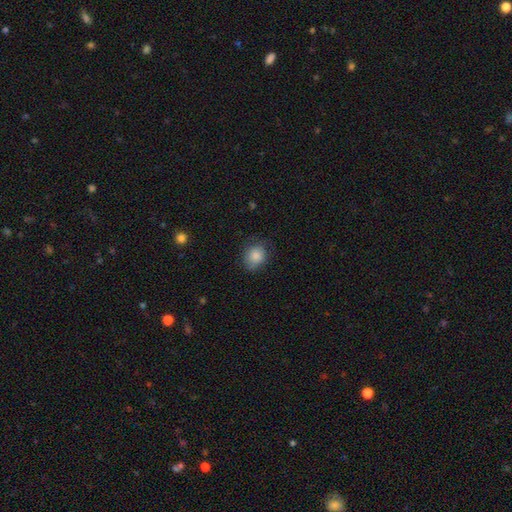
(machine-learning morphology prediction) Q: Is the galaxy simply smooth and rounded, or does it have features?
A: smooth — 86%.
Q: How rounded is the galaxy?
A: round — 62%.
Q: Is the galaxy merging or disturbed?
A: none — 70%.